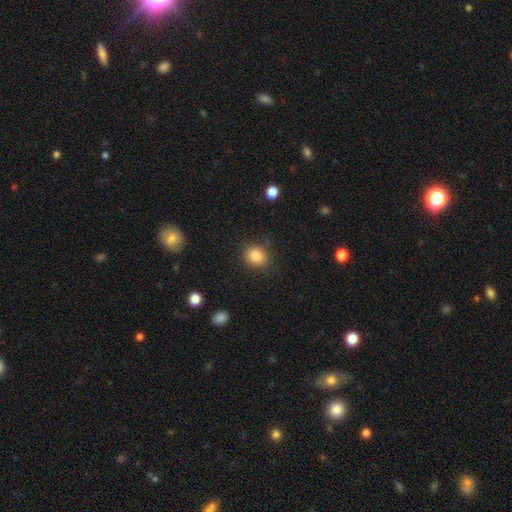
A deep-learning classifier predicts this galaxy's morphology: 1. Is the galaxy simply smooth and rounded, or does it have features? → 85% smooth, 10% star or artifact, 5% featured or disk.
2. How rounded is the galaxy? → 77% round, 22% in between, 1% cigar-shaped.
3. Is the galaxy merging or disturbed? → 85% none, 10% minor disturbance, 3% major disturbance, 2% merger.